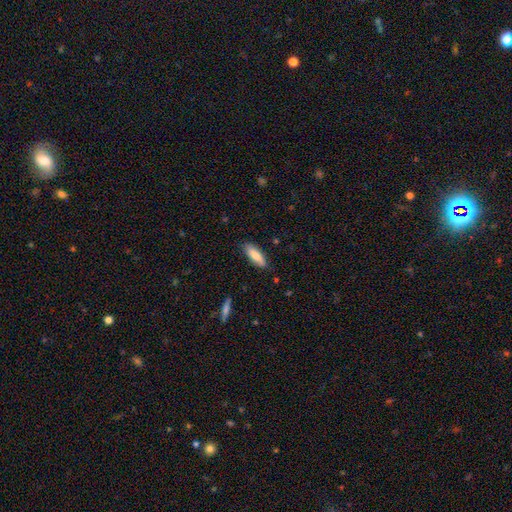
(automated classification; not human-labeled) This is likely a smooth galaxy (79%). How rounded: possibly in between (57%). Merging: clearly none (83%).